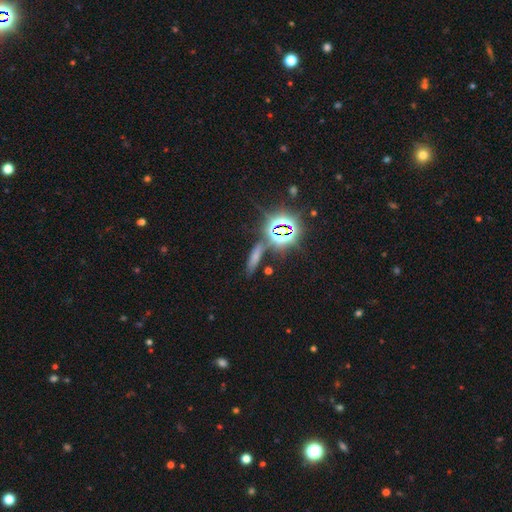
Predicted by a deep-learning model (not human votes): smooth 48%, star or artifact 37%, featured or disk 15%. Down the decision tree: merging — none (68%).